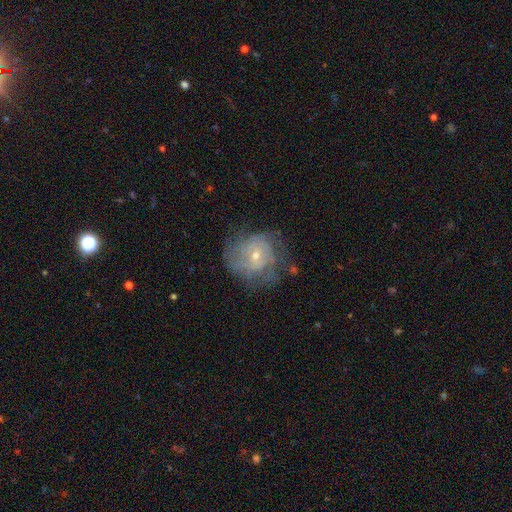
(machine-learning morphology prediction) The model was most divided on "spiral winding": tight: 59%, medium: 30%, loose: 11%. Remaining: edge-on disk — no (97%); spiral arms — yes (83%); smooth or featured — featured or disk (72%); bulge size — small (64%); bar — no (63%); merging — none (60%); spiral arm count — can't tell (50%).